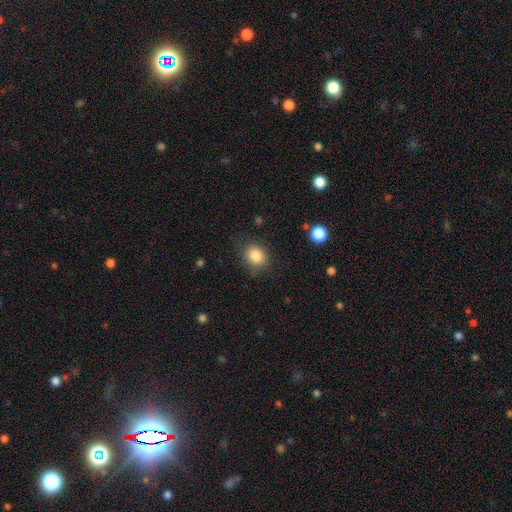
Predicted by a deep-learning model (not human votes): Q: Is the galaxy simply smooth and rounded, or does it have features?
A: smooth — 84%.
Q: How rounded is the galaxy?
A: round — 57%.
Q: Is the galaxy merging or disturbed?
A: none — 79%.